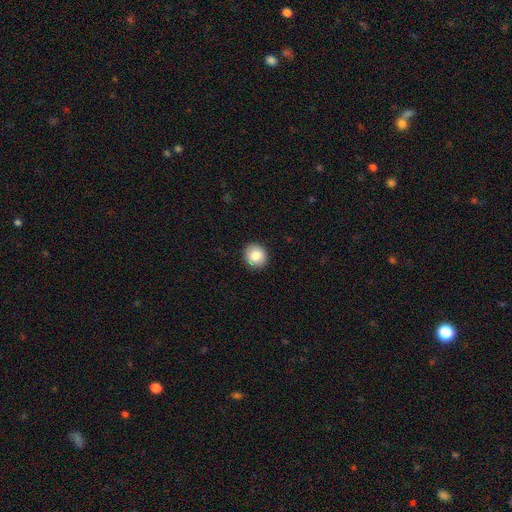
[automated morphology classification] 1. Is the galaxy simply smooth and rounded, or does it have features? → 86% smooth, 8% star or artifact, 6% featured or disk.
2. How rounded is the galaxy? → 87% round, 12% in between, 1% cigar-shaped.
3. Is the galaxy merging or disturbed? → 91% none, 6% minor disturbance, 2% major disturbance, 1% merger.